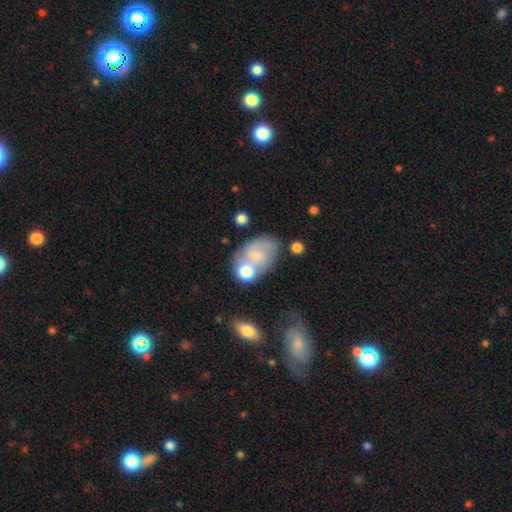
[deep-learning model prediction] Smooth or featured? Predicted: featured or disk (p=0.50). Merging? Predicted: none (p=0.40).